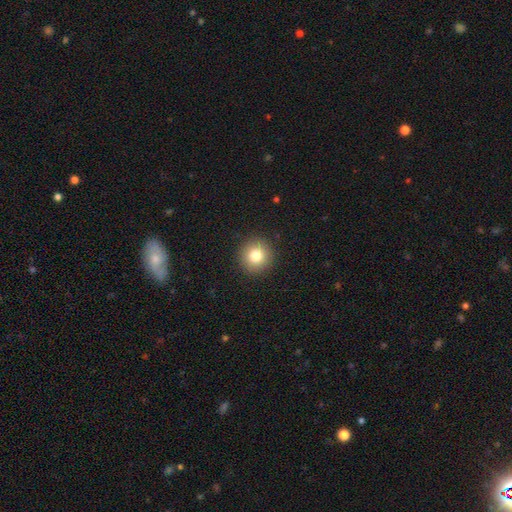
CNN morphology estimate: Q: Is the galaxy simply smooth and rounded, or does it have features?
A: smooth — 81%.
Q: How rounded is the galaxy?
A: round — 94%.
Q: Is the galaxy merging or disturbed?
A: none — 92%.